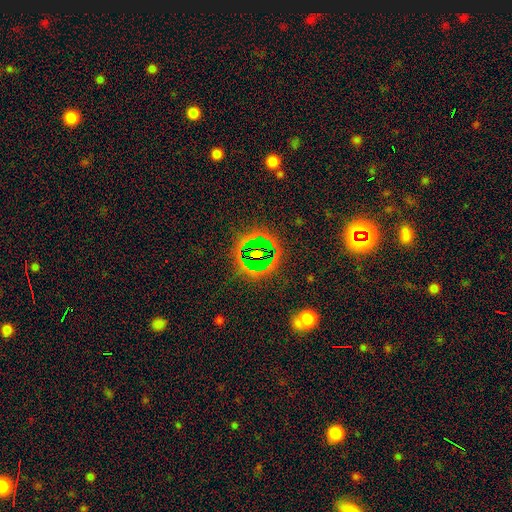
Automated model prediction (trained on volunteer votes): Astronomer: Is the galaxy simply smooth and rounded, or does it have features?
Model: star or artifact — 72%.